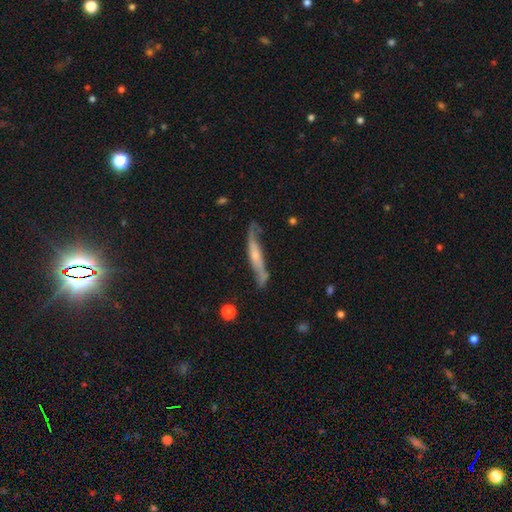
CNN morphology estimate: smooth_or_featured: featured or disk (p=0.62) [alt: smooth p=0.32]
disk_edge_on: yes (p=0.69) [alt: no p=0.31]
merging: none (p=0.62) [alt: minor disturbance p=0.25]